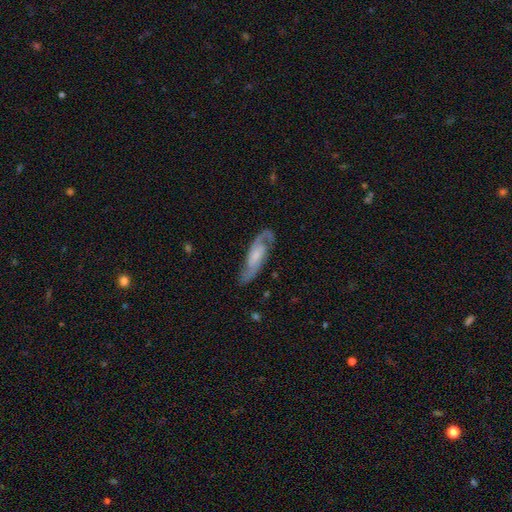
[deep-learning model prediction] This appears to be a featured or disk galaxy (84%) with no bar (45%), 2 (90%) medium (52%) spiral arms (96%) and a small central bulge (46%). Merging: none (77%).